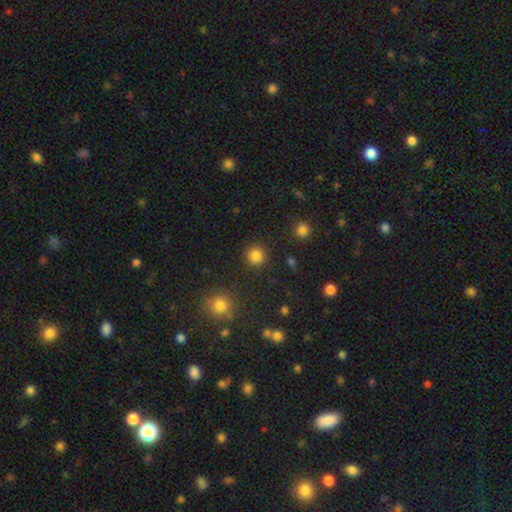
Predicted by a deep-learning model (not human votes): Morphology: type=smooth (84%); roundness=round (93%); merging=none (90%).